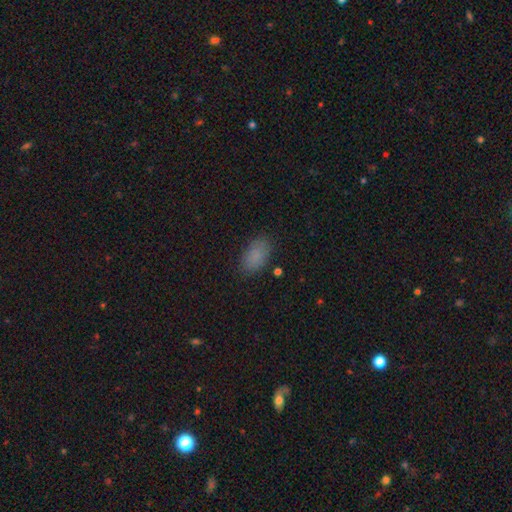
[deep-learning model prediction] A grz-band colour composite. It shows a smooth galaxy with no disk features (85%) that is in between round and cigar-shaped (93%). Merging: none (84%).